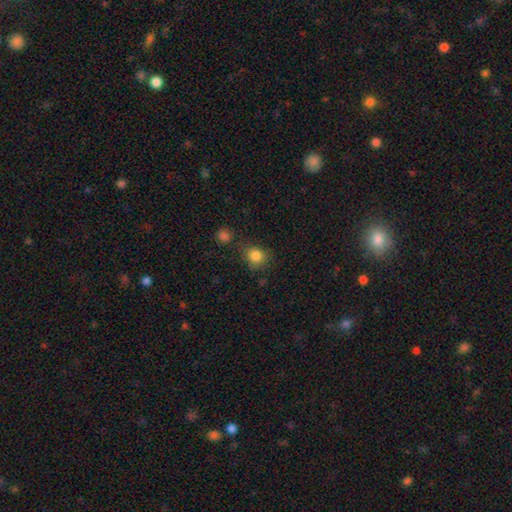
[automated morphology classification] Q: Smooth or featured?
A: smooth (83%); runner-up: star or artifact (12%)
Q: How rounded?
A: round (81%); runner-up: in between (18%)
Q: Merging?
A: none (73%); runner-up: minor disturbance (14%)